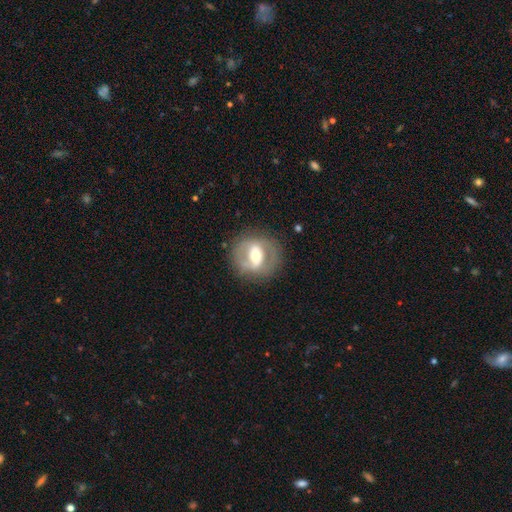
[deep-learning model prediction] This appears to be a featured or disk galaxy (68%) with a strong bar (48%), no spiral arms (53%) and a moderate central bulge (68%). Merging: none (78%).